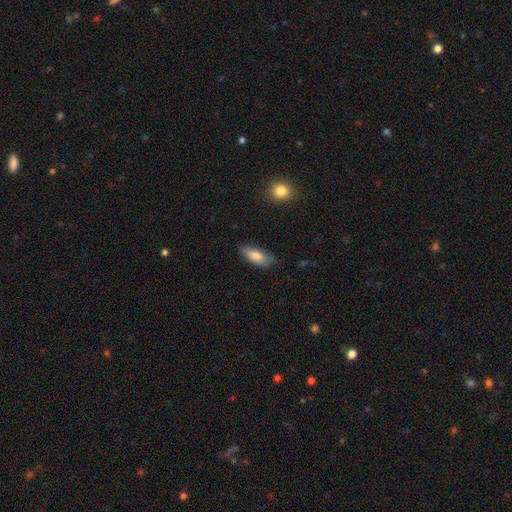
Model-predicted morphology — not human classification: A smooth galaxy with no disk features (81%) that is in between round and cigar-shaped (80%).

Vote fractions:
- Smooth or featured? smooth: 81% / featured or disk: 12% / star or artifact: 6%
- How rounded? in between: 80% / cigar-shaped: 18% / round: 2%
- Merging? none: 72% / minor disturbance: 22% / major disturbance: 4% / merger: 1%